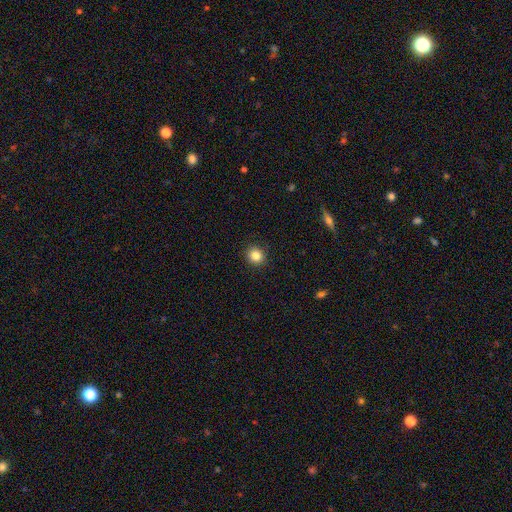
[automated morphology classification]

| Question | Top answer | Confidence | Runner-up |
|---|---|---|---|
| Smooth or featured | smooth | 85% | star or artifact (11%) |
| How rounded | round | 84% | in between (15%) |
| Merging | none | 91% | minor disturbance (6%) |